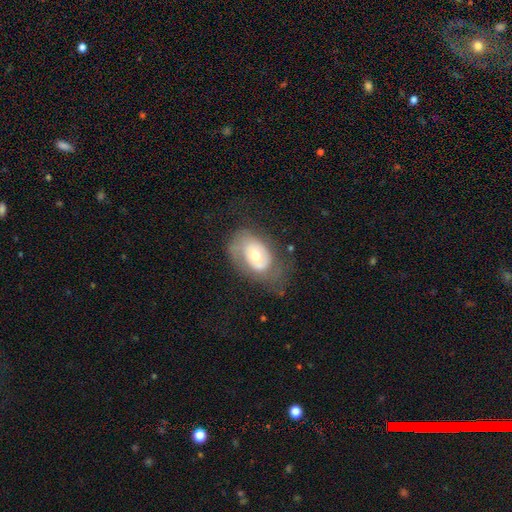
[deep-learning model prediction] Smooth or featured? Predicted: featured or disk (p=0.58). Edge-on disk? Predicted: no (p=0.93). Bar? Predicted: no (p=0.74). Spiral arms? Predicted: yes (p=0.54). Bulge size? Predicted: moderate (p=0.67). Merging? Predicted: none (p=0.52).